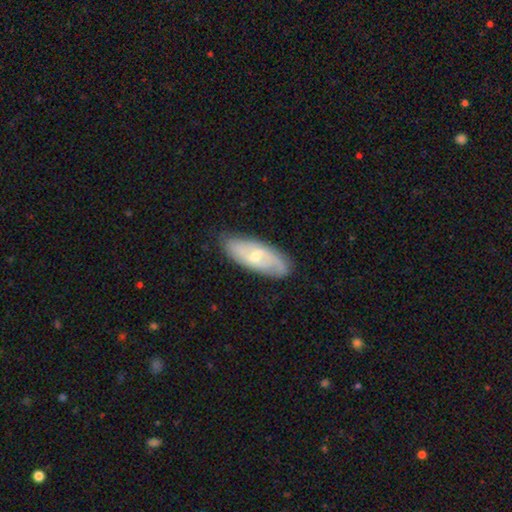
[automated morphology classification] A featured or disk galaxy (66%) with a weak bar (47%), spiral arms (86%) and a small central bulge (51%). Merging: none (79%).